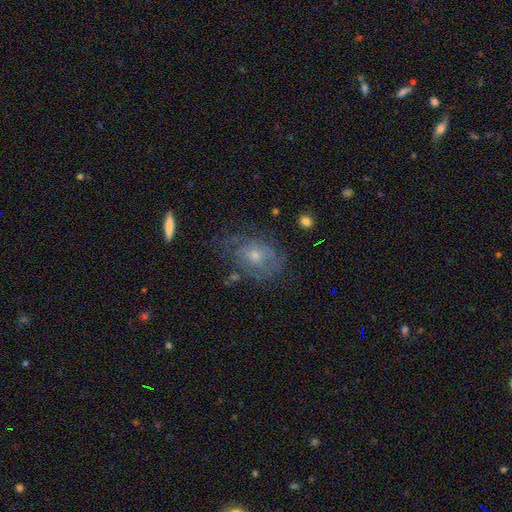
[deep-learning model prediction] Overall: featured or disk (59%; smooth 31%). Edge-on disk: no (95%). Bar: no (82%). Spiral arms: yes (63%; no 37%). Bulge size: moderate (48%; small 46%). Merging: none (57%; minor disturbance 24%).